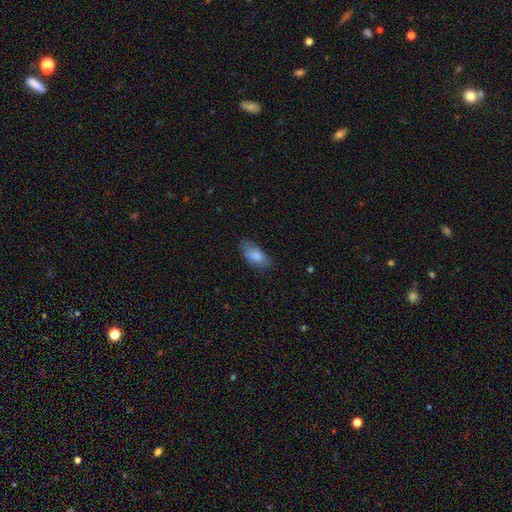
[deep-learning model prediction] A smooth galaxy with no disk features (80%) that is in between round and cigar-shaped (86%).

Vote fractions:
- Smooth or featured? smooth: 80% / featured or disk: 13% / star or artifact: 7%
- How rounded? in between: 86% / cigar-shaped: 11% / round: 3%
- Merging? none: 64% / minor disturbance: 26% / major disturbance: 8% / merger: 2%